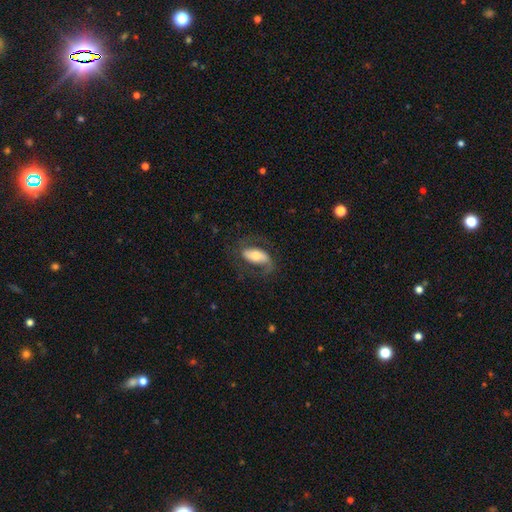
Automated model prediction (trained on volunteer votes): A featured or disk galaxy (69%) with a strong bar (42%), 2 (78%) medium (44%) spiral arms (89%) and a moderate central bulge (59%). Merging: none (66%).